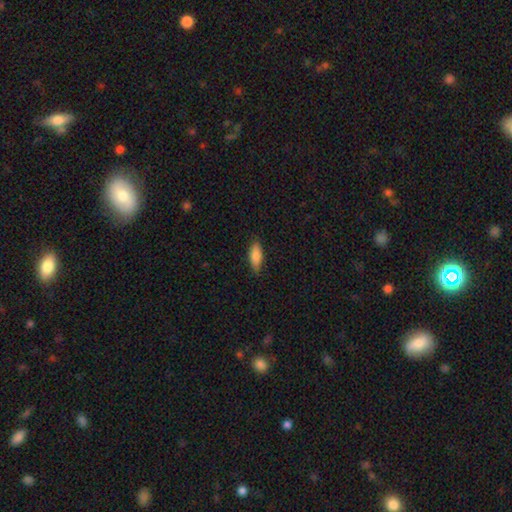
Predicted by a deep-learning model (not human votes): This appears to be a smooth galaxy with no disk features (84%) that is in between round and cigar-shaped (69%). Merging: none (84%).